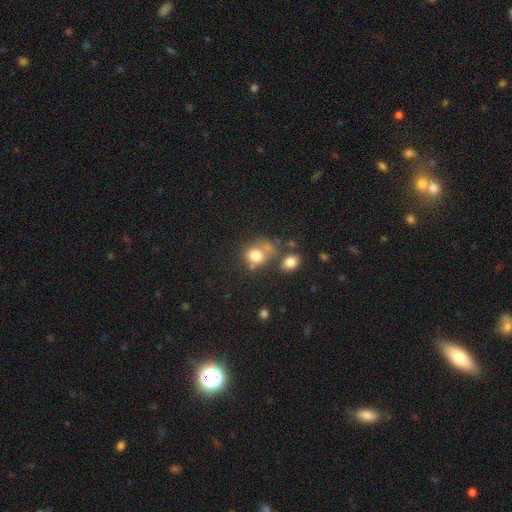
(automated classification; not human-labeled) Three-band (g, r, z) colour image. It shows a smooth galaxy with no disk features (76%) that is round (62%). Merging: none (39%).